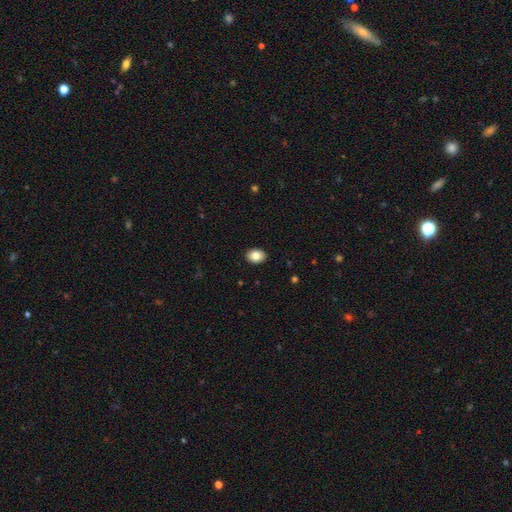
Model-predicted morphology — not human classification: A smooth galaxy with no disk features (85%) that is in between round and cigar-shaped (72%).

Vote fractions:
- Smooth or featured? smooth: 85% / star or artifact: 8% / featured or disk: 7%
- How rounded? in between: 72% / round: 27% / cigar-shaped: 1%
- Merging? none: 91% / minor disturbance: 7% / major disturbance: 2% / merger: 1%